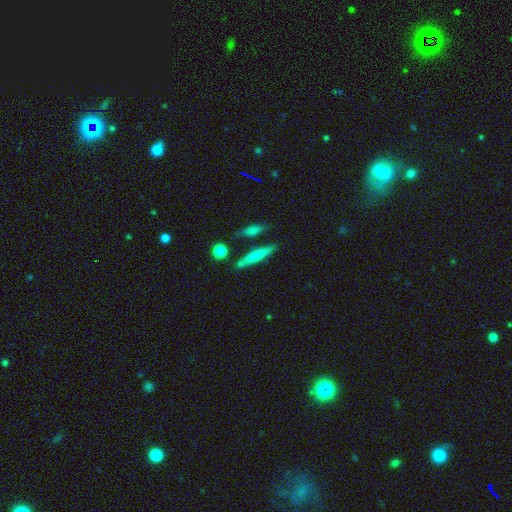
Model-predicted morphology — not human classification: The model was most divided on "smooth or featured": smooth: 64%, featured or disk: 30%, star or artifact: 6%. More confident: how rounded — cigar-shaped (86%); merging — none (75%).